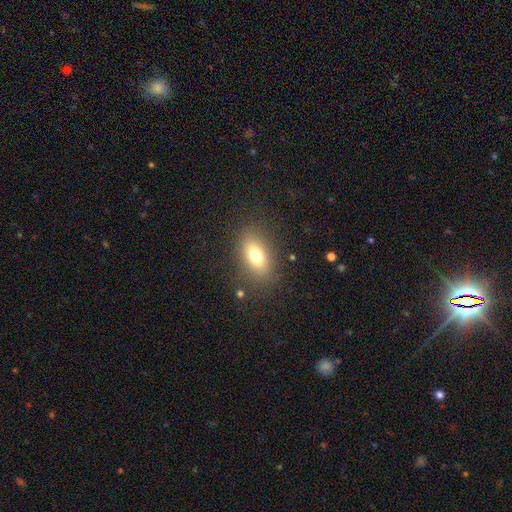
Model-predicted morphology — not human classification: A smooth galaxy with no disk features (74%) that is in between round and cigar-shaped (83%). Merging: none (83%).